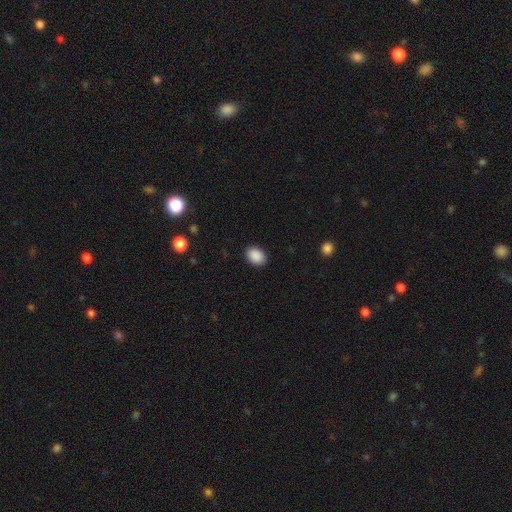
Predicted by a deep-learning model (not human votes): Q: Smooth or featured?
A: smooth (90%); runner-up: star or artifact (8%)
Q: How rounded?
A: in between (77%); runner-up: round (22%)
Q: Merging?
A: none (89%); runner-up: minor disturbance (7%)